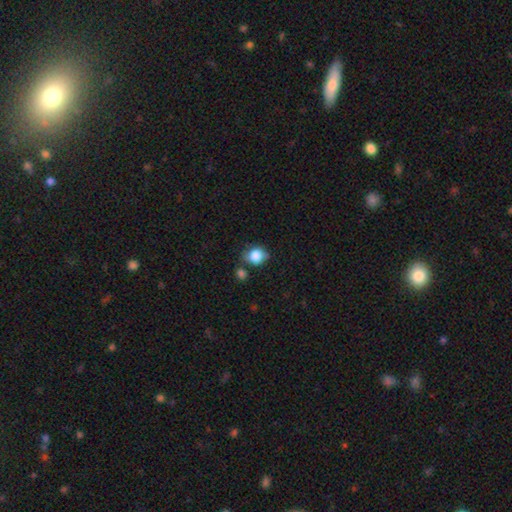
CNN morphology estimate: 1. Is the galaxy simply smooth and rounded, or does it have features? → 81% smooth, 10% featured or disk, 9% star or artifact.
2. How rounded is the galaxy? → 61% round, 38% in between, 1% cigar-shaped.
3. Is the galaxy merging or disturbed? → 57% none, 25% minor disturbance, 11% merger, 7% major disturbance.